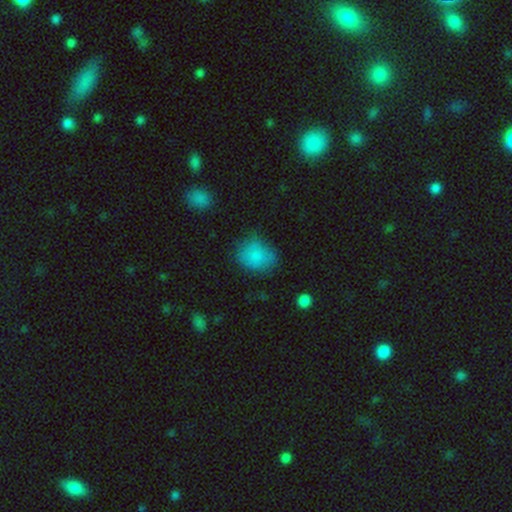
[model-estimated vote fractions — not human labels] Smooth or featured? Predicted: smooth (p=0.80). How rounded? Predicted: round (p=0.60). Merging? Predicted: none (p=0.61).